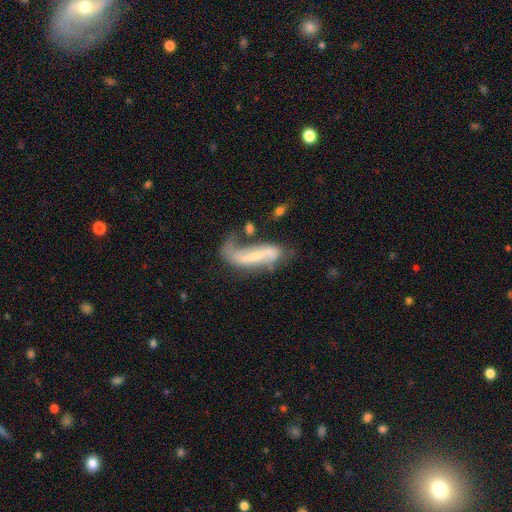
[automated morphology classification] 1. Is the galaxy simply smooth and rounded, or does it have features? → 65% featured or disk, 27% smooth, 8% star or artifact.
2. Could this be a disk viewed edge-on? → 83% no, 17% yes.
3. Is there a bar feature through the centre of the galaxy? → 44% strong, 29% weak, 27% no.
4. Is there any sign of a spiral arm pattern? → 74% yes, 26% no.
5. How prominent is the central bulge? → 46% small, 26% none, 22% moderate, 4% large, 2% dominant.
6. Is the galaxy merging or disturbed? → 33% major disturbance, 31% none, 23% minor disturbance, 13% merger.